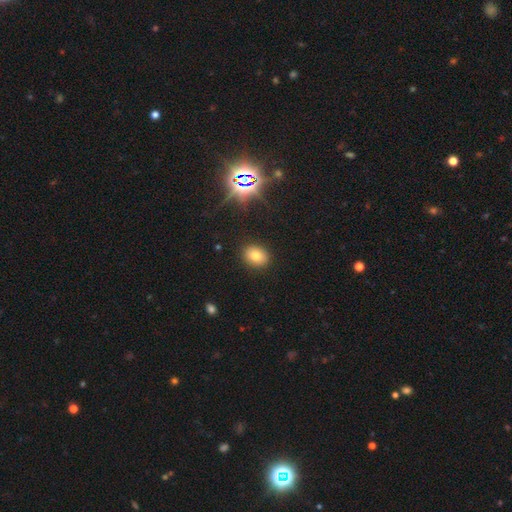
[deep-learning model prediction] Q: Smooth or featured?
A: smooth (75%); runner-up: star or artifact (16%)
Q: How rounded?
A: in between (52%); runner-up: round (47%)
Q: Merging?
A: none (89%); runner-up: minor disturbance (8%)